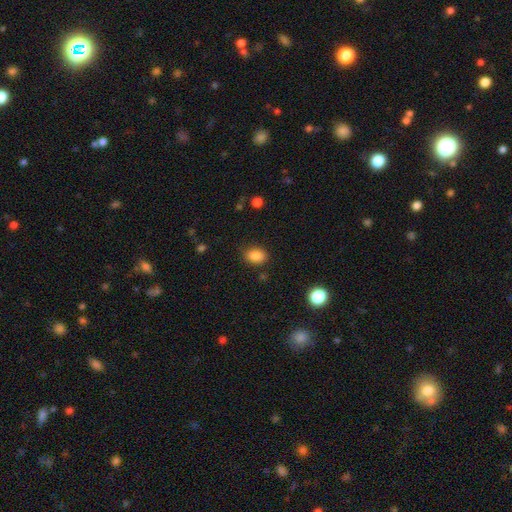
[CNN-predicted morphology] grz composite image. It shows a smooth galaxy with no disk features (86%) that is in between round and cigar-shaped (72%). Merging: none (84%).